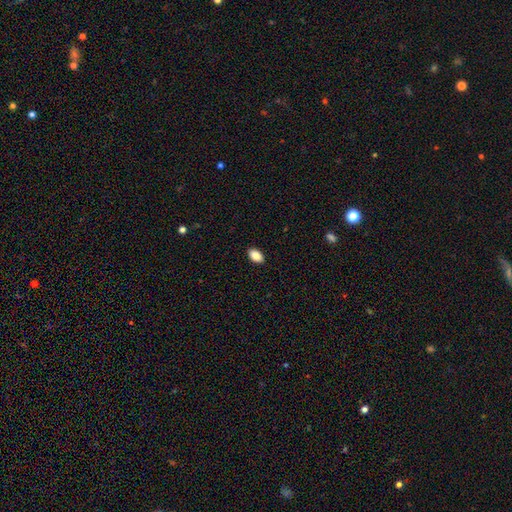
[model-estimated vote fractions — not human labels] smooth-or-featured: smooth: 87% | star or artifact: 8% | featured or disk: 6%
  how-rounded: in between: 92% | round: 6% | cigar-shaped: 2%
  merging: none: 90% | minor disturbance: 8% | major disturbance: 2% | merger: 1%